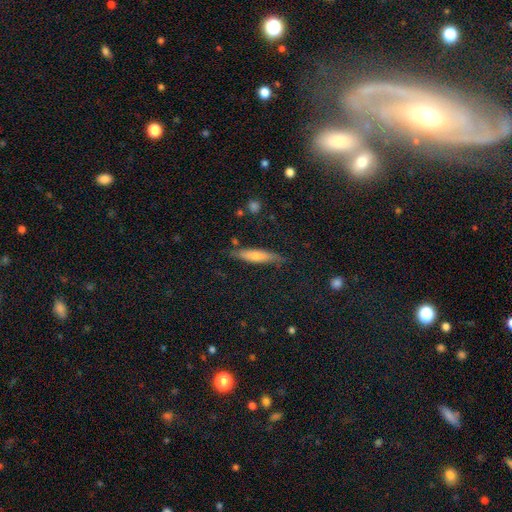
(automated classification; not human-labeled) smooth-or-featured: smooth: 63% | featured or disk: 29% | star or artifact: 7%
  how-rounded: cigar-shaped: 77% | in between: 21% | round: 2%
  merging: none: 76% | minor disturbance: 18% | major disturbance: 4% | merger: 2%